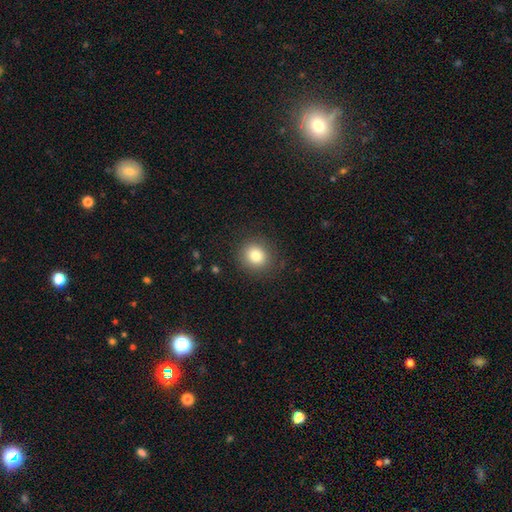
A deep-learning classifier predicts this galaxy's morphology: Smooth or featured? smooth (80%)
How rounded? round (84%)
Merging? none (87%)